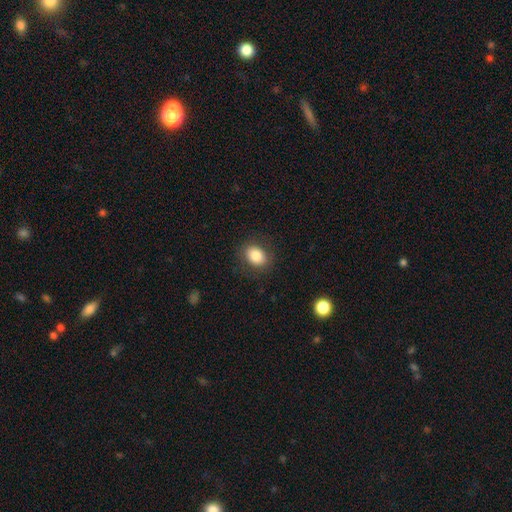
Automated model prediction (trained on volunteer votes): This is clearly a smooth galaxy (84%). How rounded: likely in between (62%). Merging: clearly none (86%).